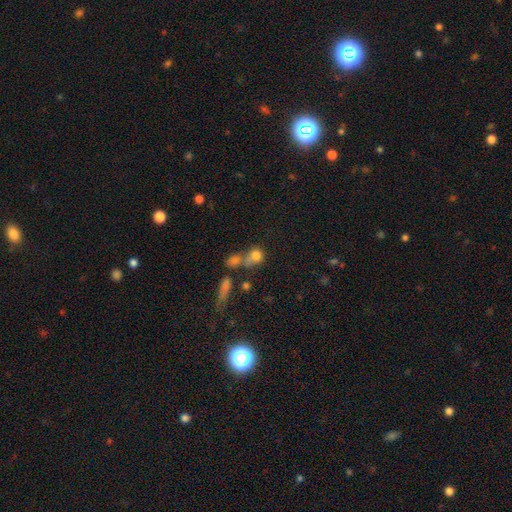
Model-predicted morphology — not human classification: This appears to be a smooth galaxy with no disk features (73%) that is round (70%). Merging: merger (45%).